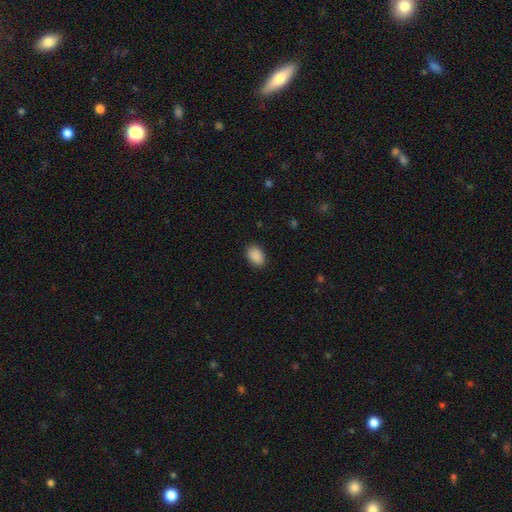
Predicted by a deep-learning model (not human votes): The model was most divided on "how rounded": in between: 85%, round: 14%, cigar-shaped: 1%. More confident: smooth or featured — smooth (90%); merging — none (88%).